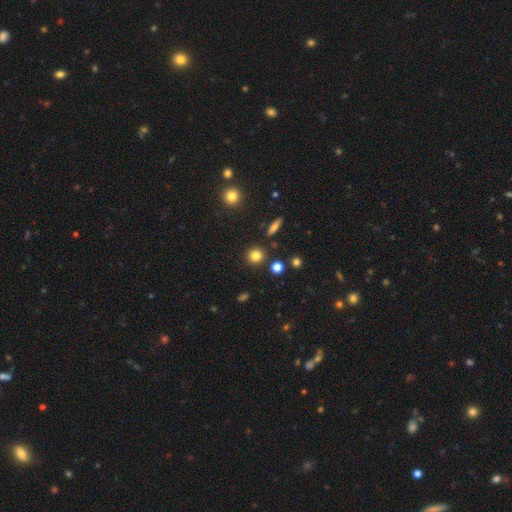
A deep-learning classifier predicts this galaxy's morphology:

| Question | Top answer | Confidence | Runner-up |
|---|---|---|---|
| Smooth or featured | smooth | 81% | star or artifact (12%) |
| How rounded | round | 91% | in between (8%) |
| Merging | none | 88% | minor disturbance (6%) |